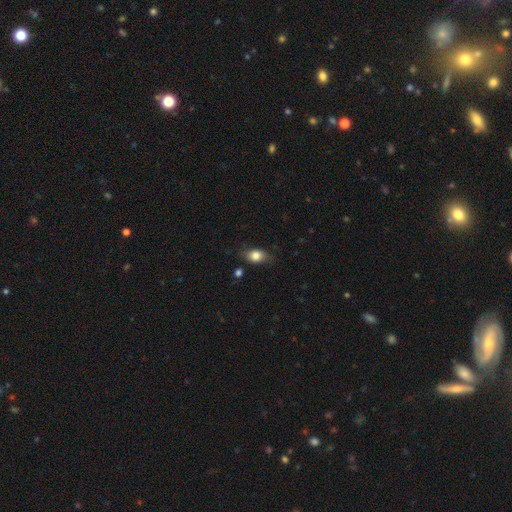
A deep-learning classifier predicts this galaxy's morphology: Smooth or featured? smooth (80%)
How rounded? in between (74%)
Merging? none (74%)